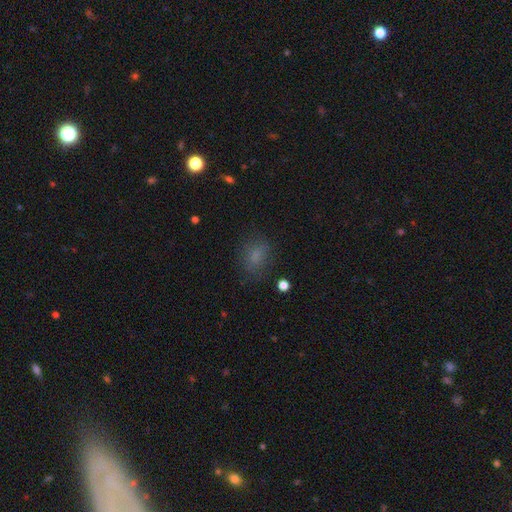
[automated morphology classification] Smooth or featured?
  - smooth: 75% *
  - star or artifact: 15%
  - featured or disk: 10%
How rounded?
  - in between: 65% *
  - round: 33%
  - cigar-shaped: 2%
Merging?
  - none: 73% *
  - minor disturbance: 17%
  - major disturbance: 9%
  - merger: 2%